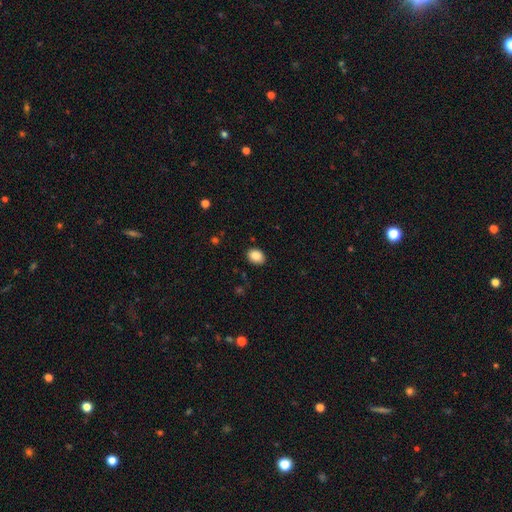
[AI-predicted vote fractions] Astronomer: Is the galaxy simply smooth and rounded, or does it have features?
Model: smooth — 87%.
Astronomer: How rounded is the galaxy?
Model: in between — 66%.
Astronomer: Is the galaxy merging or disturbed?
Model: none — 88%.